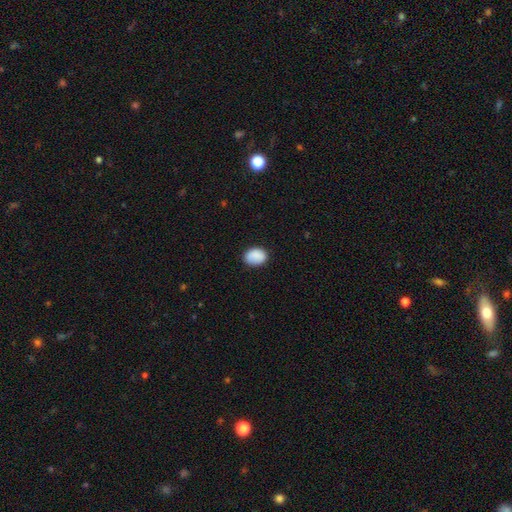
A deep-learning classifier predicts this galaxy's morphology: Smooth or featured: smooth — 89% (star or artifact — 7%)
How rounded: in between — 67% (round — 32%)
Merging: none — 84% (minor disturbance — 13%)